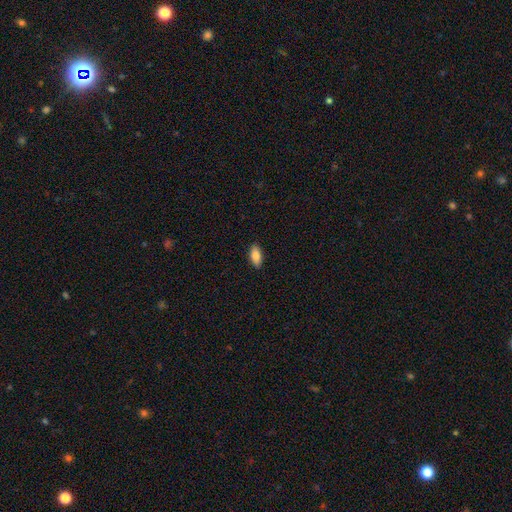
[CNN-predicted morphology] type=smooth (83%); roundness=in between (89%); merging=none (89%).